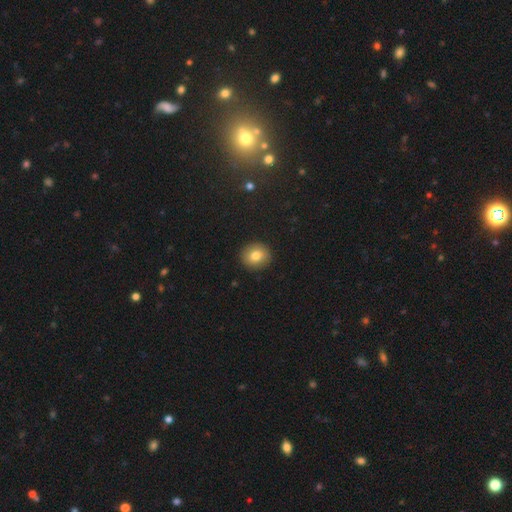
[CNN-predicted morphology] smooth_or_featured: smooth (p=0.79) [alt: featured or disk p=0.11]
how_rounded: round (p=0.83) [alt: in between p=0.16]
merging: none (p=0.91) [alt: minor disturbance p=0.06]